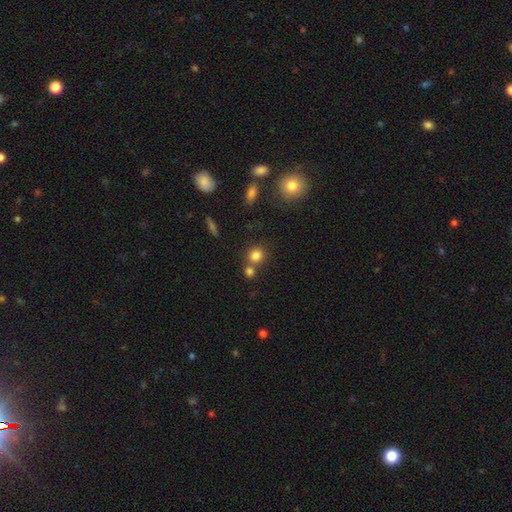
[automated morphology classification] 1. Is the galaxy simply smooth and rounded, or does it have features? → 80% smooth, 13% star or artifact, 7% featured or disk.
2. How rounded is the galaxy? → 85% round, 14% in between, 1% cigar-shaped.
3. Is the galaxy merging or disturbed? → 62% none, 27% merger, 8% minor disturbance, 3% major disturbance.